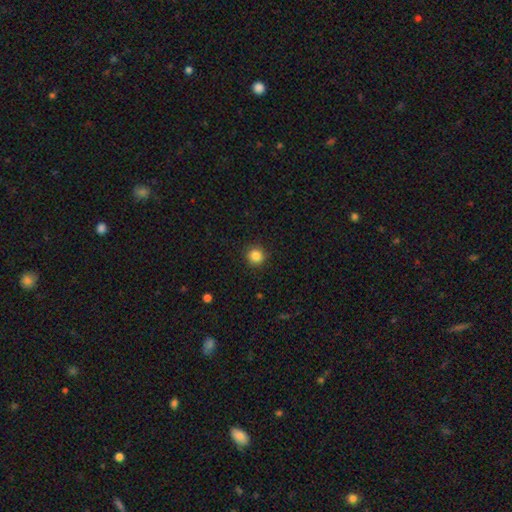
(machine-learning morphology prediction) This is clearly a smooth galaxy (85%). How rounded: clearly round (93%). Merging: clearly none (90%).